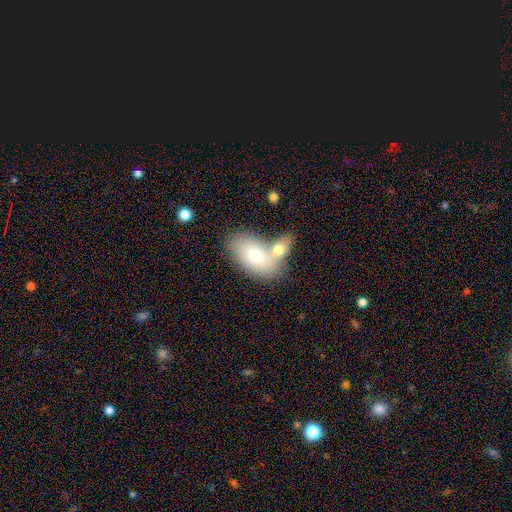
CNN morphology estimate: Smooth or featured? Predicted: smooth (p=0.70). How rounded? Predicted: in between (p=0.91). Merging? Predicted: merger (p=0.47).